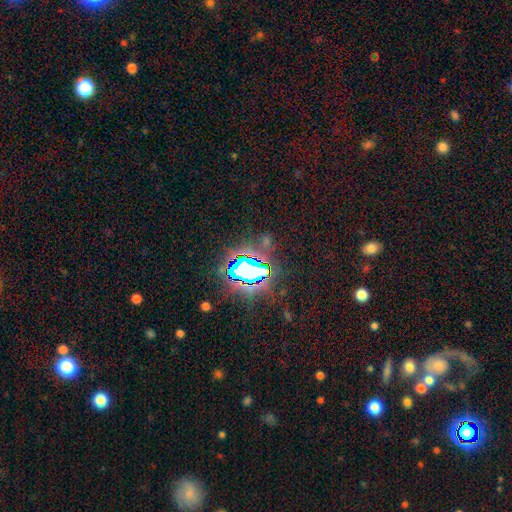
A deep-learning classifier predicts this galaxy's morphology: A star or artifact, not a galaxy (79%).

Vote fractions:
- Smooth or featured? star or artifact: 79% / smooth: 13% / featured or disk: 8%